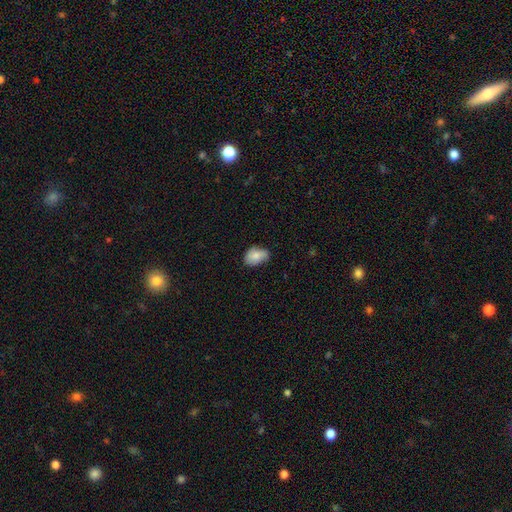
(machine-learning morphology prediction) type=smooth (78%); roundness=in between (82%); merging=none (58%).